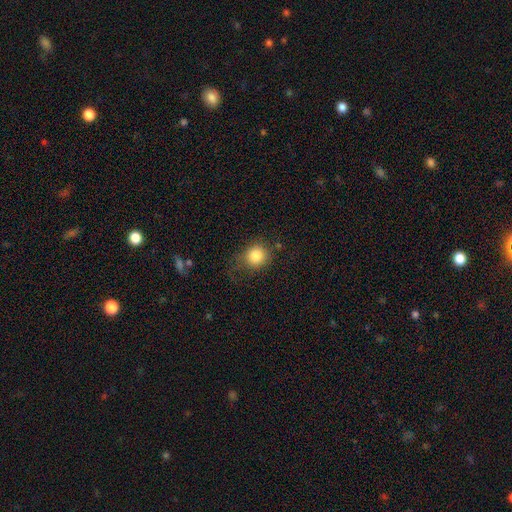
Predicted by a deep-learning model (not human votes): Smooth or featured: smooth — 83% (star or artifact — 10%)
How rounded: round — 81% (in between — 18%)
Merging: none — 66% (minor disturbance — 22%)